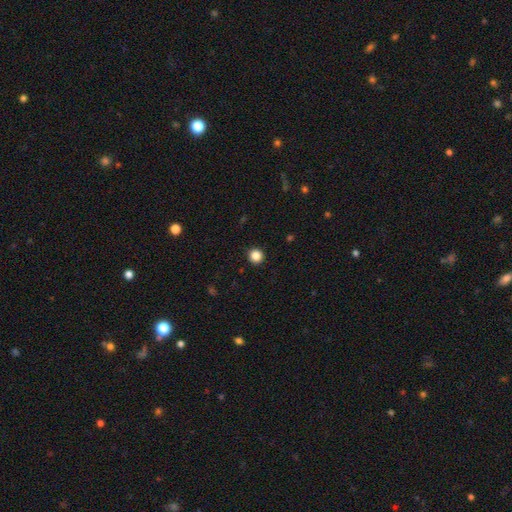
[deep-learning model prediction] A smooth galaxy with no disk features (86%) that is round (95%). Merging: none (93%).